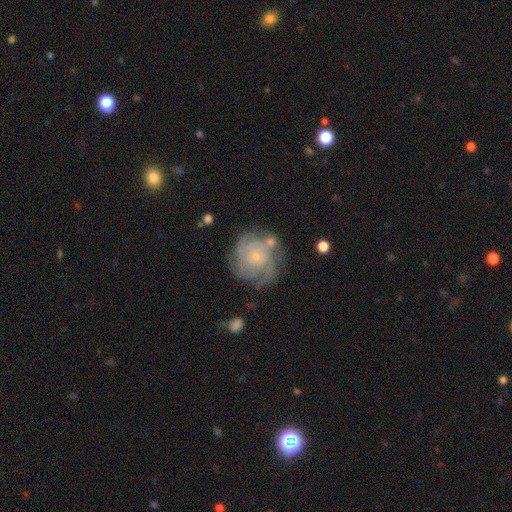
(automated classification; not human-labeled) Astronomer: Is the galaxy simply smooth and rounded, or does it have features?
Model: featured or disk — 79%.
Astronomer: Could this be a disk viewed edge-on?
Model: no — 98%.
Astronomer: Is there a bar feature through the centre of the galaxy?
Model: no — 81%.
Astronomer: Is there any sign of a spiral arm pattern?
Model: yes — 91%.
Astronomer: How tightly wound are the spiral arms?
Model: tight — 67%.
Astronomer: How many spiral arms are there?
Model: can't tell — 35% (runner-up: 3, 23%).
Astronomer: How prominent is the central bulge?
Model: small — 78%.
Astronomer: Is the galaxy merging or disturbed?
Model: none — 60%.